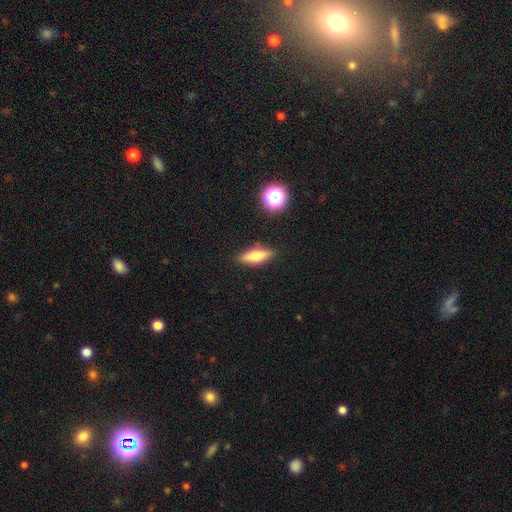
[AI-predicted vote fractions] Q: Smooth or featured?
A: smooth (67%); runner-up: featured or disk (25%)
Q: How rounded?
A: in between (52%); runner-up: cigar-shaped (44%)
Q: Merging?
A: none (86%); runner-up: minor disturbance (9%)